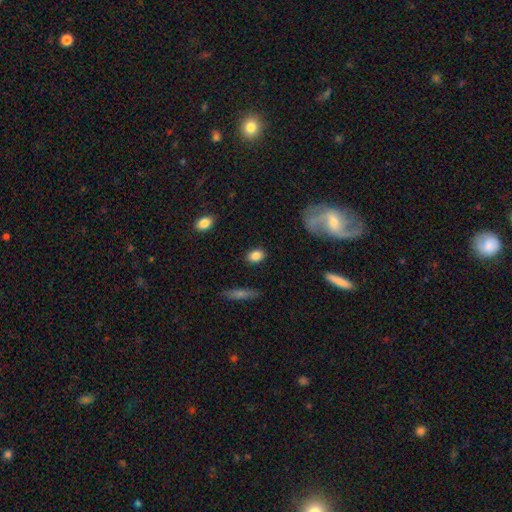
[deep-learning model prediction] Smooth or featured?
  - smooth: 86% *
  - star or artifact: 8%
  - featured or disk: 6%
How rounded?
  - in between: 73% *
  - round: 25%
  - cigar-shaped: 2%
Merging?
  - none: 87% *
  - minor disturbance: 9%
  - major disturbance: 3%
  - merger: 2%